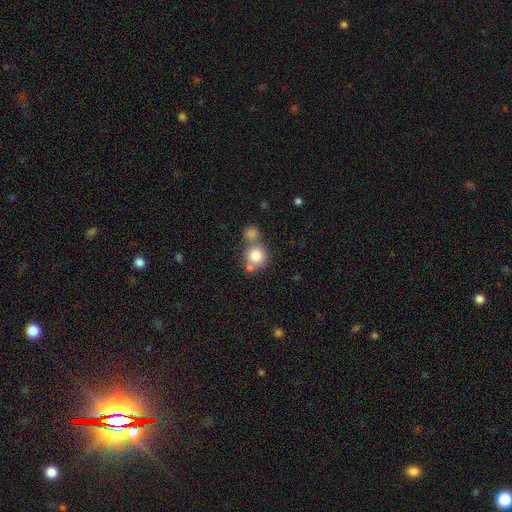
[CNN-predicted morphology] Smooth or featured? Predicted: smooth (p=0.81). How rounded? Predicted: round (p=0.88). Merging? Predicted: none (p=0.49).